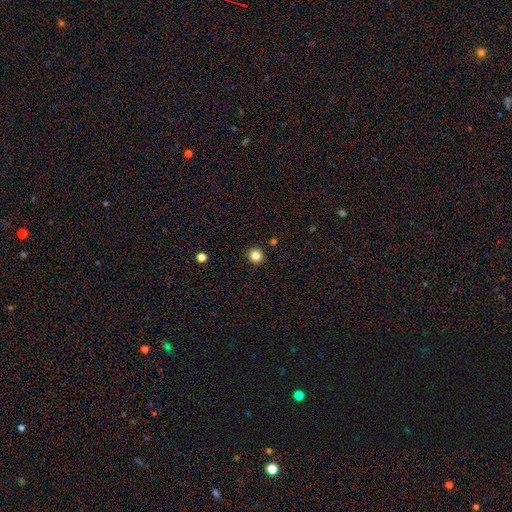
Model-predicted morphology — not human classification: Smooth or featured?
  - smooth: 83% *
  - star or artifact: 12%
  - featured or disk: 5%
How rounded?
  - round: 94% *
  - in between: 5%
  - cigar-shaped: 1%
Merging?
  - none: 92% *
  - minor disturbance: 5%
  - major disturbance: 1%
  - merger: 1%